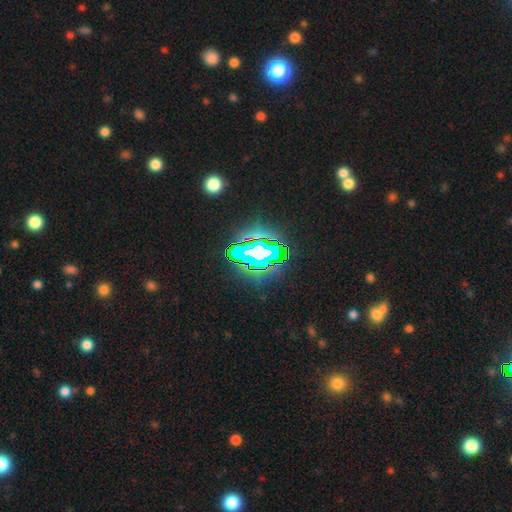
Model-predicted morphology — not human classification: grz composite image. It shows a star or artifact, not a galaxy (79%).